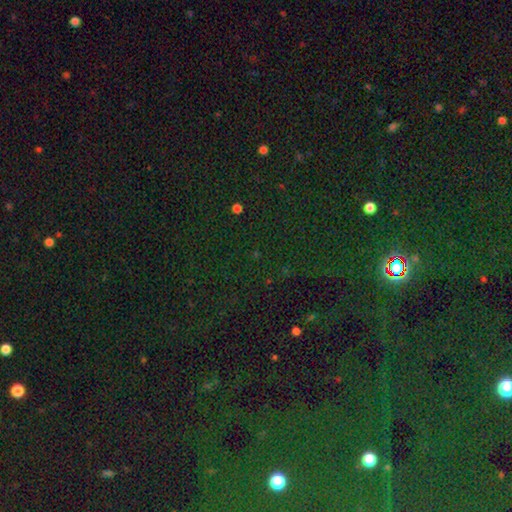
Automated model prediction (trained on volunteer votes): Q: Smooth or featured?
A: star or artifact (83%); runner-up: smooth (10%)